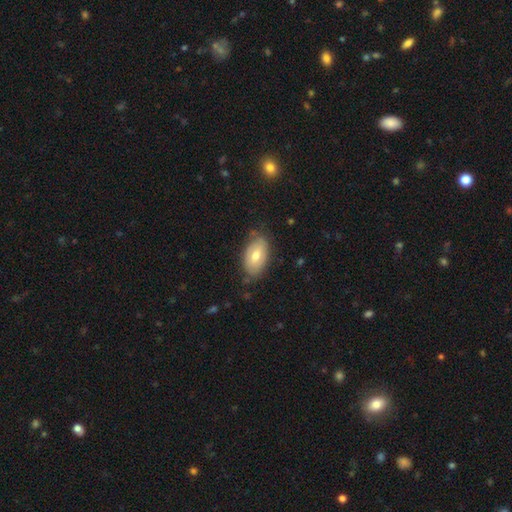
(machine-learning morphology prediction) A smooth galaxy with no disk features (66%) that is in between round and cigar-shaped (93%). Merging: none (72%).